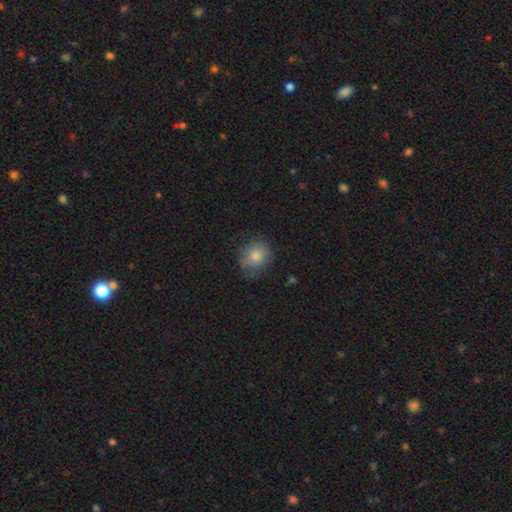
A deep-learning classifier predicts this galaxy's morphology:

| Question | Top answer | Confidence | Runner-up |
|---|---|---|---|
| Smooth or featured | smooth | 76% | featured or disk (14%) |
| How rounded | round | 72% | in between (27%) |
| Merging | none | 68% | minor disturbance (24%) |